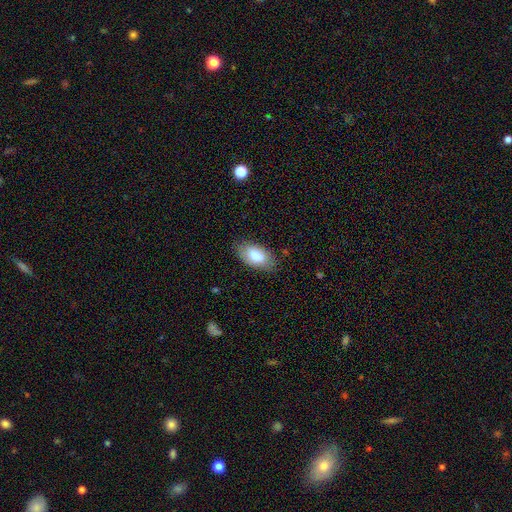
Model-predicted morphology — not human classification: Smooth or featured? smooth (82%)
How rounded? in between (94%)
Merging? none (78%)